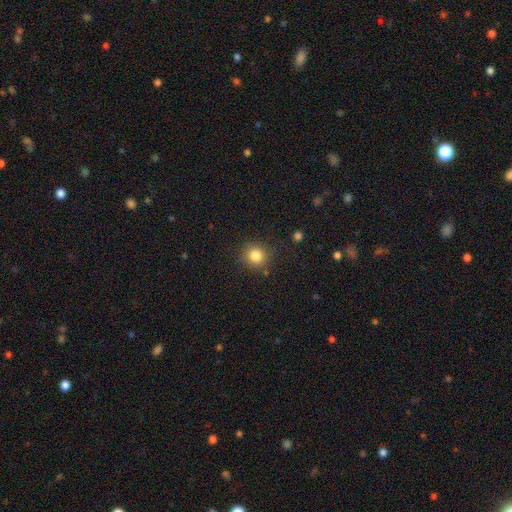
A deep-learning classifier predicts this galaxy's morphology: A smooth galaxy with no disk features (83%) that is round (90%). Merging: none (85%).